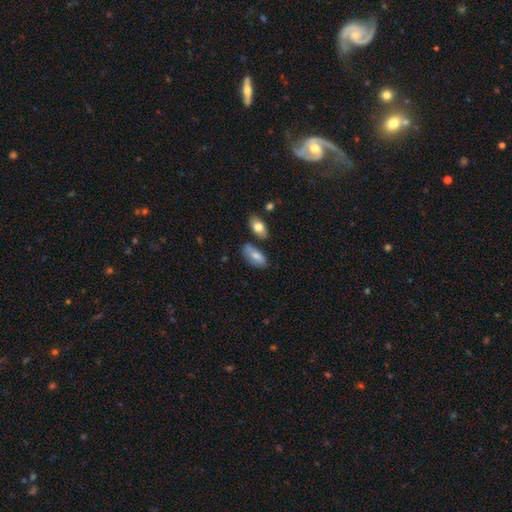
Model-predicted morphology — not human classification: smooth-or-featured: smooth: 74% | featured or disk: 19% | star or artifact: 7%
  how-rounded: in between: 87% | cigar-shaped: 10% | round: 3%
  merging: none: 68% | minor disturbance: 17% | merger: 10% | major disturbance: 4%